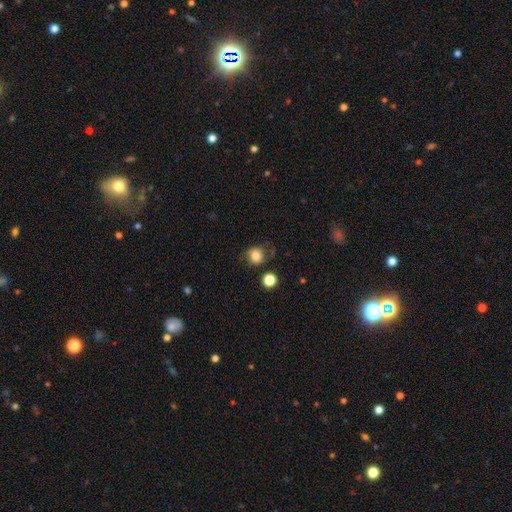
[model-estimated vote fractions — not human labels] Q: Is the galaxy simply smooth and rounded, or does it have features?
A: smooth — 81%.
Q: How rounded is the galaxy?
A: round — 85%.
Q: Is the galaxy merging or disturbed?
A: none — 68%.